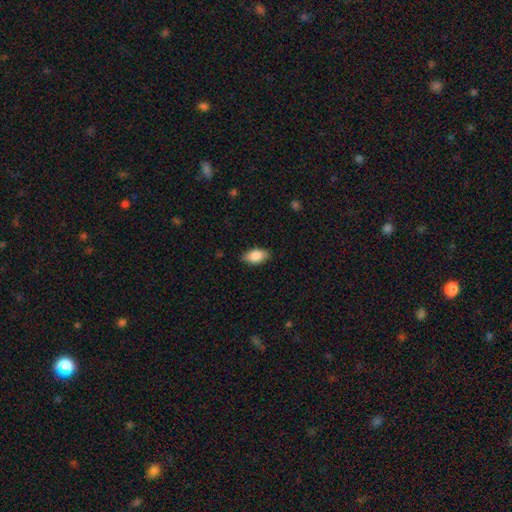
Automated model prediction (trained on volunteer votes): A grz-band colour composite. It shows a smooth galaxy with no disk features (86%) that is in between round and cigar-shaped (92%). Merging: none (85%).